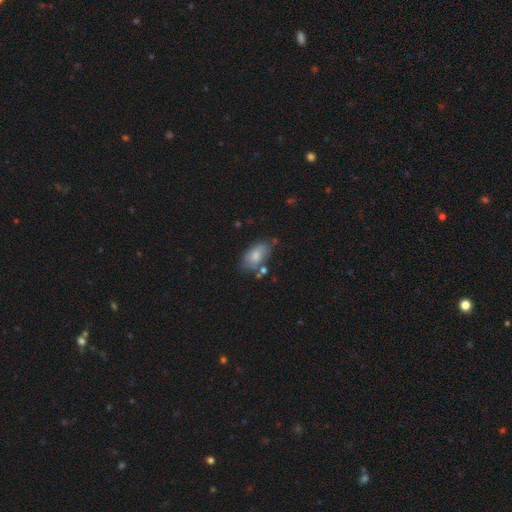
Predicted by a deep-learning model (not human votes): Smooth or featured? Predicted: smooth (p=0.71). How rounded? Predicted: in between (p=0.92). Merging? Predicted: none (p=0.58).